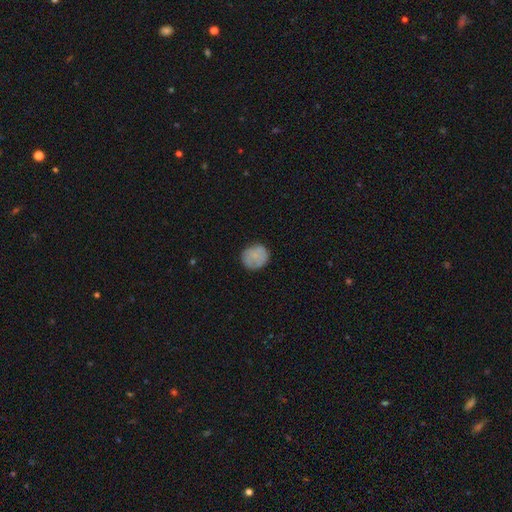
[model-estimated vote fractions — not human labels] smooth_or_featured: smooth (p=0.75) [alt: featured or disk p=0.17]
how_rounded: round (p=0.82) [alt: in between p=0.17]
merging: none (p=0.78) [alt: minor disturbance p=0.16]